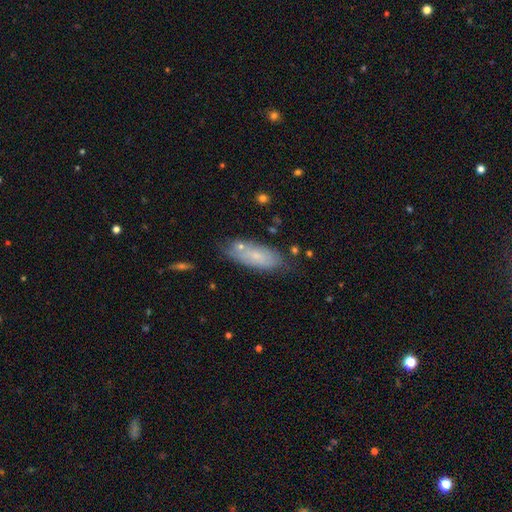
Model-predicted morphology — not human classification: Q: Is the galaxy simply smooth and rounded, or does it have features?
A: smooth — 58%.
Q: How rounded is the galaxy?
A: in between — 71%.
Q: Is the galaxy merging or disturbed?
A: none — 70%.